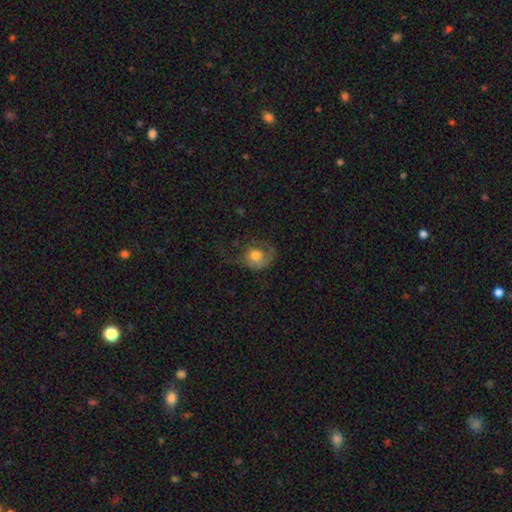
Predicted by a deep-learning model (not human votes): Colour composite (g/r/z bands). It shows a smooth galaxy with no disk features (56%) that is round (68%). Merging: major disturbance (47%).